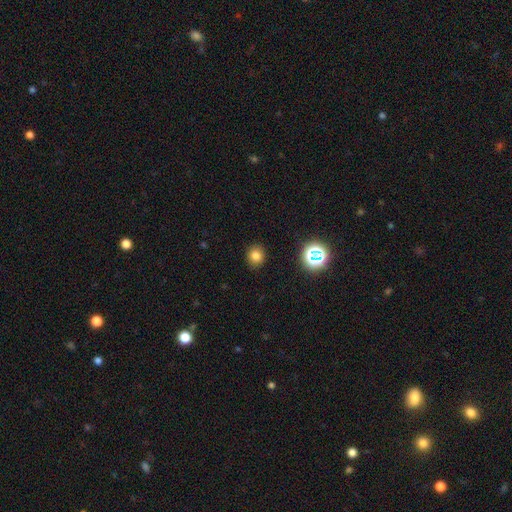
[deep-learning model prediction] smooth_or_featured: smooth (p=0.77) [alt: star or artifact p=0.17]
how_rounded: round (p=0.80) [alt: in between p=0.19]
merging: none (p=0.89) [alt: minor disturbance p=0.08]